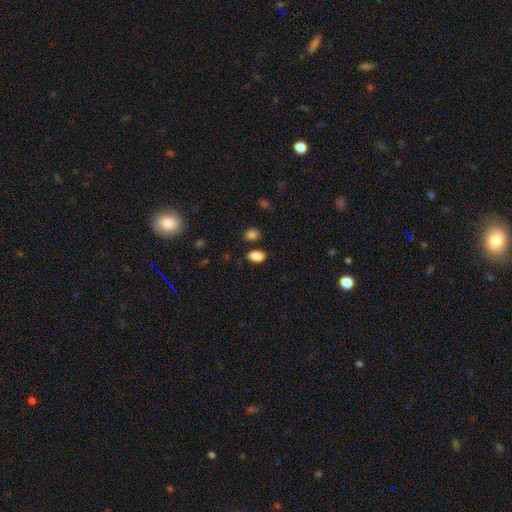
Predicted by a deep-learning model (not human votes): Smooth or featured?
  - smooth: 88% *
  - star or artifact: 9%
  - featured or disk: 4%
How rounded?
  - in between: 85% *
  - round: 13%
  - cigar-shaped: 1%
Merging?
  - none: 82% *
  - minor disturbance: 10%
  - merger: 5%
  - major disturbance: 3%